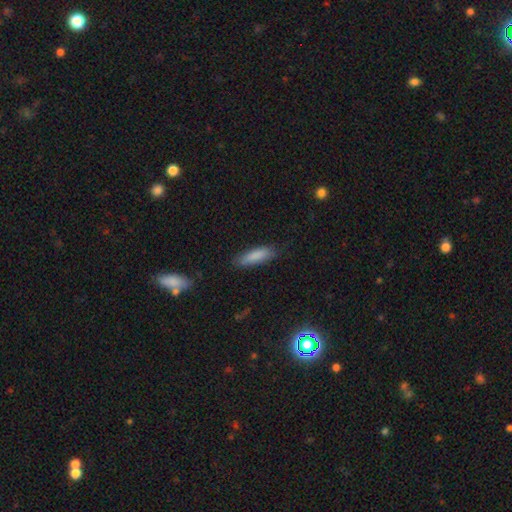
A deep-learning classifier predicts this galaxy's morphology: This appears to be a smooth galaxy with no disk features (84%) that is cigar-shaped (63%). Merging: none (81%).